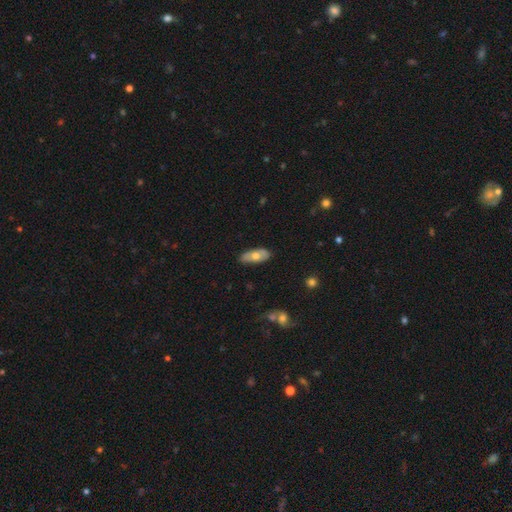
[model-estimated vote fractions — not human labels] smooth-or-featured: smooth: 59% | featured or disk: 36% | star or artifact: 6%
  how-rounded: in between: 83% | cigar-shaped: 14% | round: 3%
  merging: none: 79% | minor disturbance: 16% | major disturbance: 3% | merger: 1%